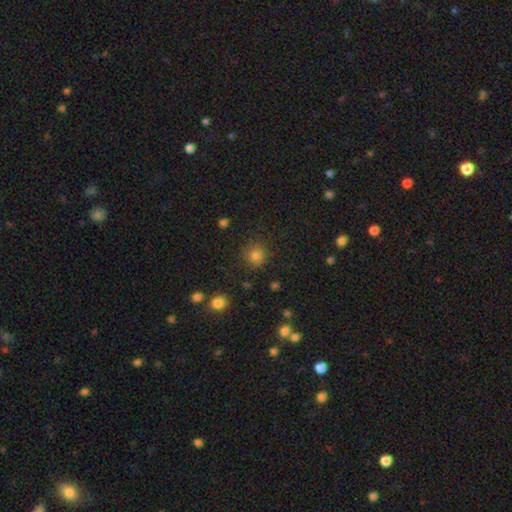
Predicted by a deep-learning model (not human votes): This is clearly a smooth galaxy (80%). How rounded: clearly round (91%). Merging: clearly none (87%).